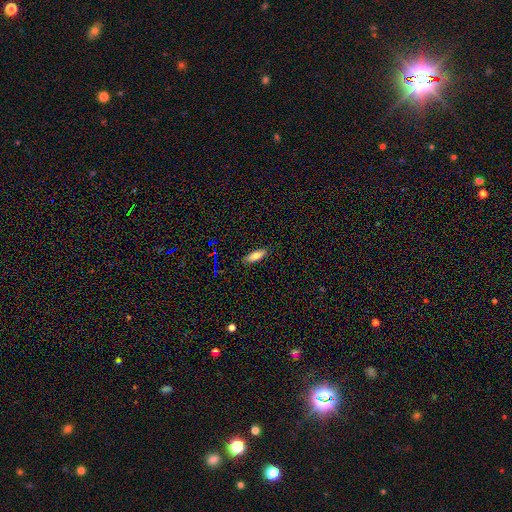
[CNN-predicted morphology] Q: Smooth or featured?
A: smooth (77%); runner-up: featured or disk (13%)
Q: How rounded?
A: in between (65%); runner-up: cigar-shaped (33%)
Q: Merging?
A: none (85%); runner-up: minor disturbance (11%)